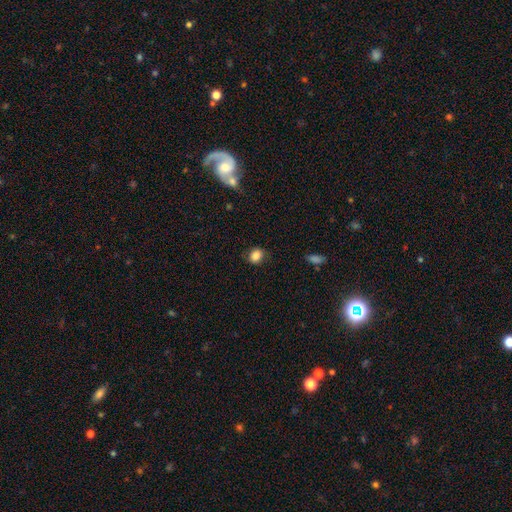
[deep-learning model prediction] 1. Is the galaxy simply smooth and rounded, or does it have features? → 86% smooth, 10% star or artifact, 4% featured or disk.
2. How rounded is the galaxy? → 62% round, 36% in between, 1% cigar-shaped.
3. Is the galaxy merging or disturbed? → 82% none, 14% minor disturbance, 3% major disturbance, 1% merger.